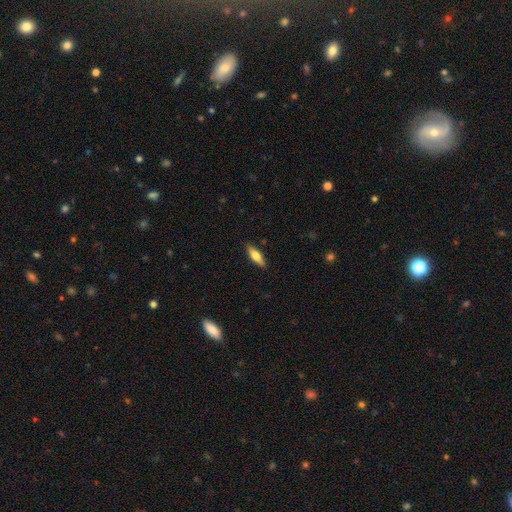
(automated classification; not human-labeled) This appears to be a smooth galaxy with no disk features (66%) that is in between round and cigar-shaped (52%). Merging: none (88%).